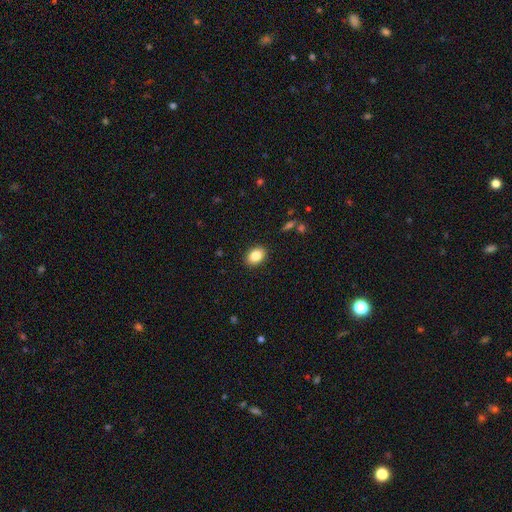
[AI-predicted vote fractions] Q: Smooth or featured?
A: smooth (85%); runner-up: star or artifact (8%)
Q: How rounded?
A: in between (75%); runner-up: round (24%)
Q: Merging?
A: none (90%); runner-up: minor disturbance (7%)